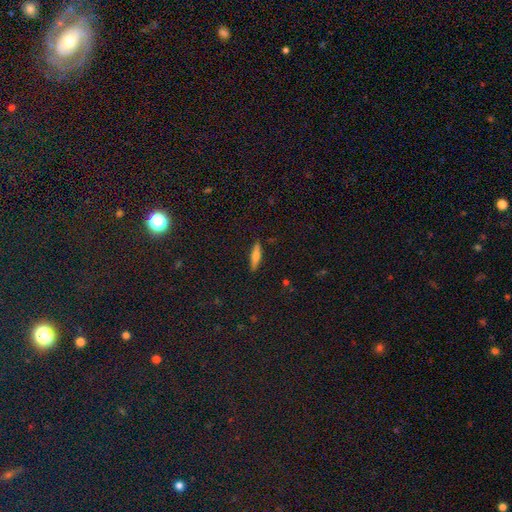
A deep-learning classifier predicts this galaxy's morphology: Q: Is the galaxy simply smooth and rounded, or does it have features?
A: smooth — 56%.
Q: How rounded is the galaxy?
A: cigar-shaped — 77%.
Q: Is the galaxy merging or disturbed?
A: none — 89%.